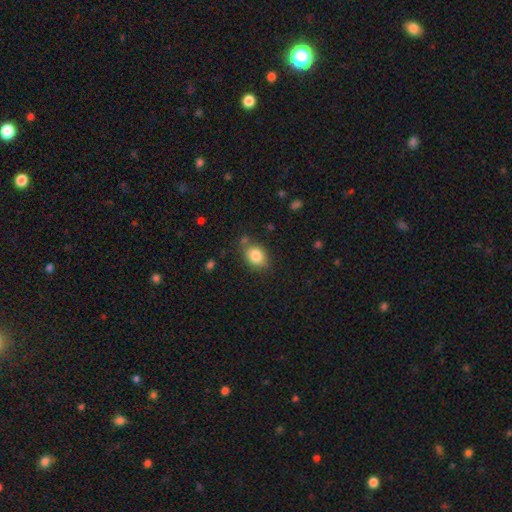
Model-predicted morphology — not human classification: Smooth or featured: smooth — 83% (star or artifact — 9%)
How rounded: in between — 66% (round — 33%)
Merging: none — 74% (minor disturbance — 17%)